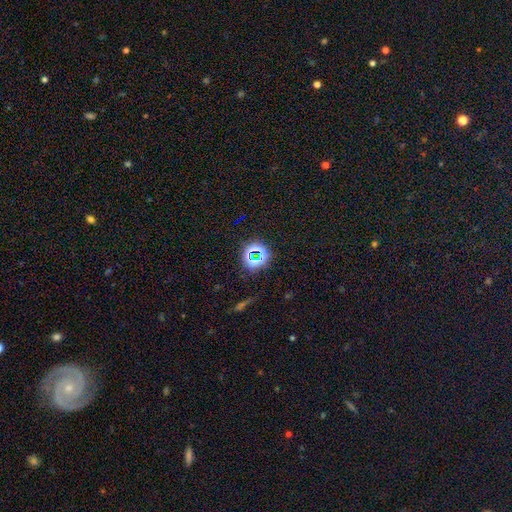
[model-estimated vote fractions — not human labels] A star or artifact, not a galaxy (68%).